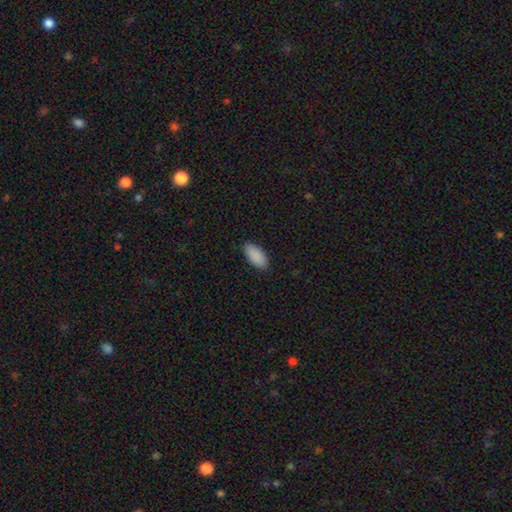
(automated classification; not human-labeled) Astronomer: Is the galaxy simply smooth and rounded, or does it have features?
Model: smooth — 90%.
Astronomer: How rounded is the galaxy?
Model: in between — 92%.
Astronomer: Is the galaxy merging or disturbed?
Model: none — 86%.